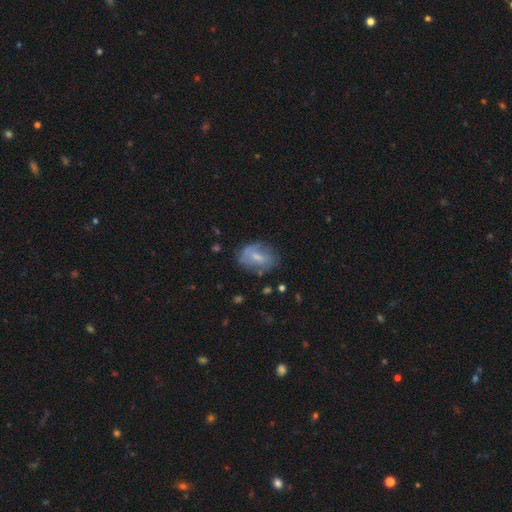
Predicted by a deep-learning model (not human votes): Morphology: type=smooth (46%); merging=none (61%).